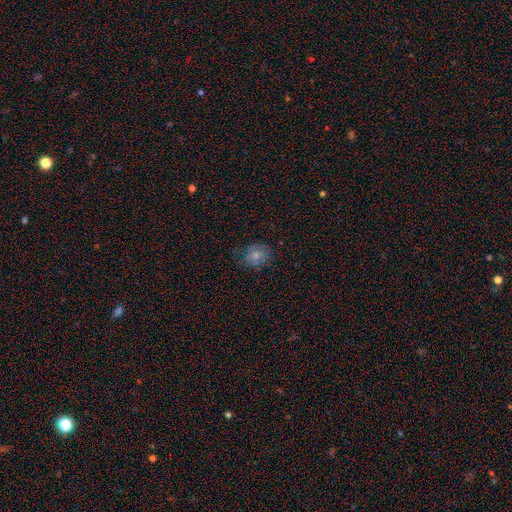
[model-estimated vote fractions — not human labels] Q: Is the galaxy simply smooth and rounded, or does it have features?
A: smooth — 74%.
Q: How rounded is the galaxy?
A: round — 60%.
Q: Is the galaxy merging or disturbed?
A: none — 67%.